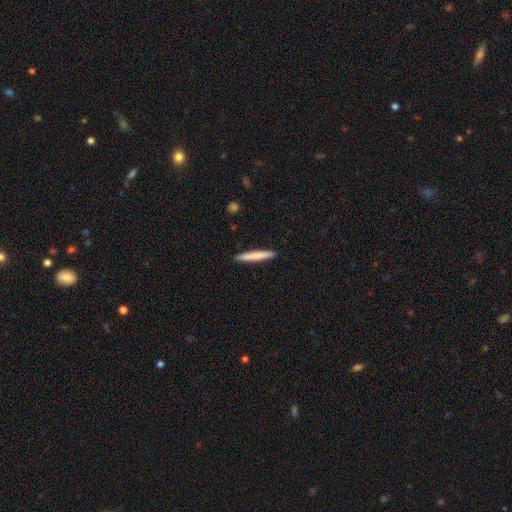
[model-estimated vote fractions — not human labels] Smooth or featured? Predicted: smooth (p=0.76). How rounded? Predicted: cigar-shaped (p=0.96). Merging? Predicted: none (p=0.92).